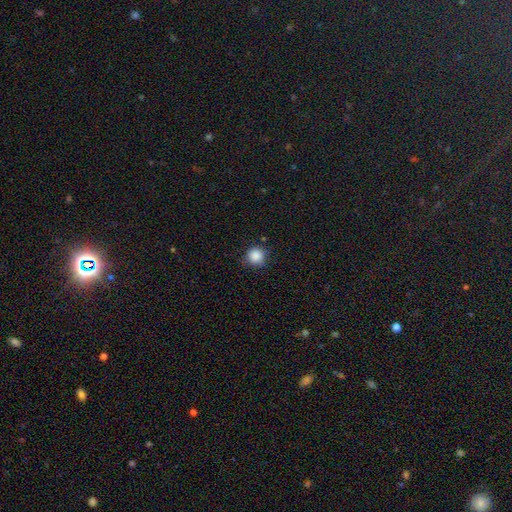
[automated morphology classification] Q: Smooth or featured?
A: smooth (87%); runner-up: star or artifact (10%)
Q: How rounded?
A: round (93%); runner-up: in between (6%)
Q: Merging?
A: none (81%); runner-up: minor disturbance (15%)